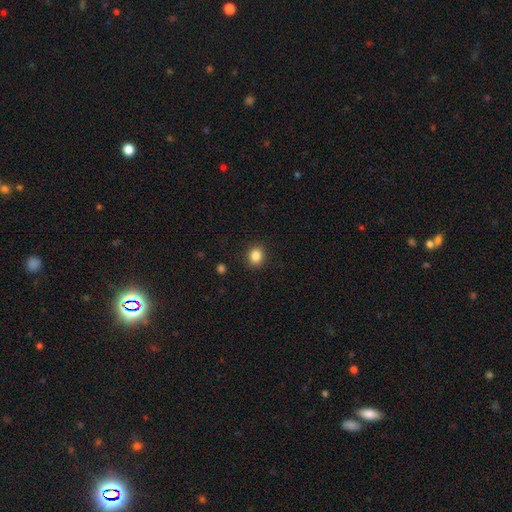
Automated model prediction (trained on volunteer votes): Overall: smooth (85%). How rounded: round (74%). Merging: none (90%).